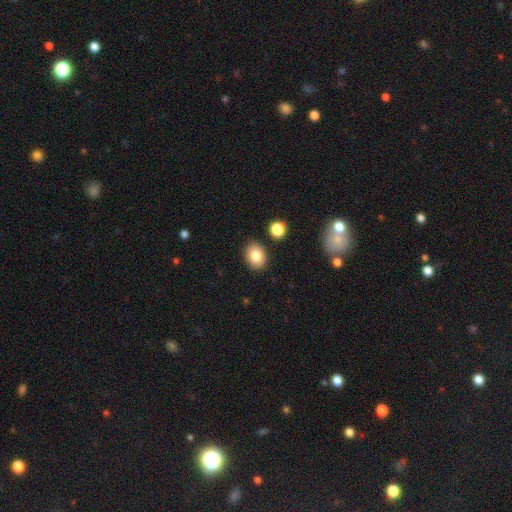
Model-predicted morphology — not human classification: This appears to be a smooth galaxy with no disk features (82%) that is in between round and cigar-shaped (57%). Merging: none (87%).